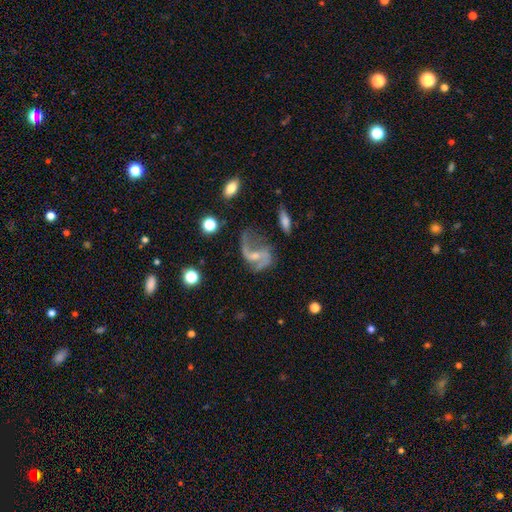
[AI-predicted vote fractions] Smooth or featured?
  - featured or disk: 85% *
  - smooth: 8%
  - star or artifact: 7%
Edge-on disk?
  - no: 97% *
  - yes: 3%
Bar?
  - weak: 43% *
  - no: 40%
  - strong: 17%
Spiral arms?
  - yes: 93% *
  - no: 7%
Spiral winding?
  - loose: 77% *
  - medium: 19%
  - tight: 4%
Spiral arm count?
  - 2: 85% *
  - 1: 8%
  - can't tell: 3%
  - 3: 2%
  - 4: 1%
  - more than 4: 1%
Bulge size?
  - small: 58% *
  - moderate: 26%
  - none: 13%
  - large: 2%
  - dominant: 1%
Merging?
  - none: 50% *
  - major disturbance: 25%
  - minor disturbance: 20%
  - merger: 5%